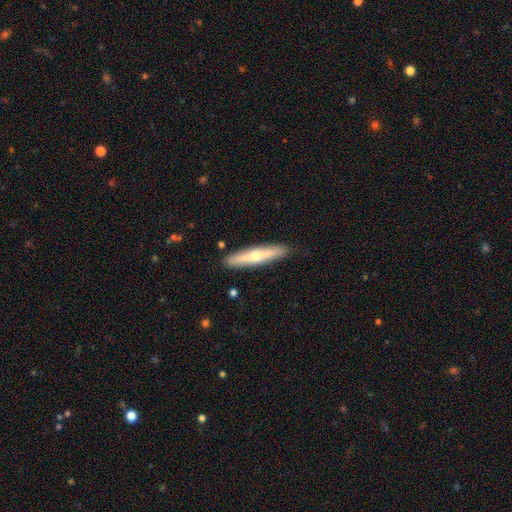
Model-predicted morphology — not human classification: Smooth or featured: featured or disk — 49% (smooth — 44%)
Merging: none — 88% (minor disturbance — 9%)